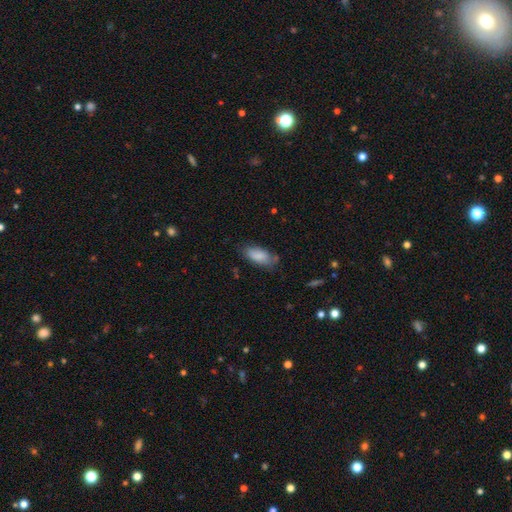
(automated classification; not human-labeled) Smooth or featured?
  - smooth: 77% *
  - featured or disk: 13%
  - star or artifact: 10%
How rounded?
  - in between: 81% *
  - cigar-shaped: 17%
  - round: 2%
Merging?
  - none: 72% *
  - minor disturbance: 21%
  - major disturbance: 5%
  - merger: 2%